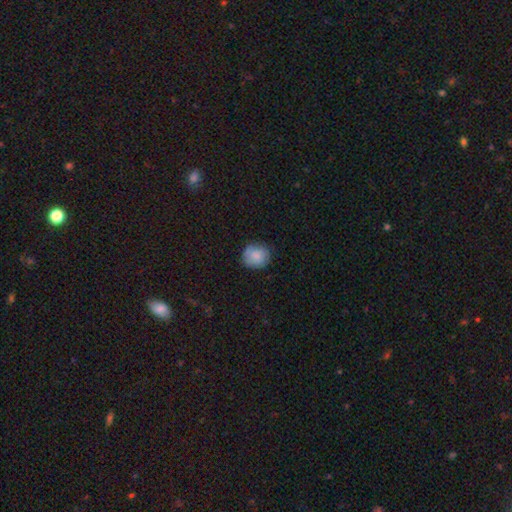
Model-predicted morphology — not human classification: Smooth or featured? smooth (84%)
How rounded? round (80%)
Merging? none (78%)